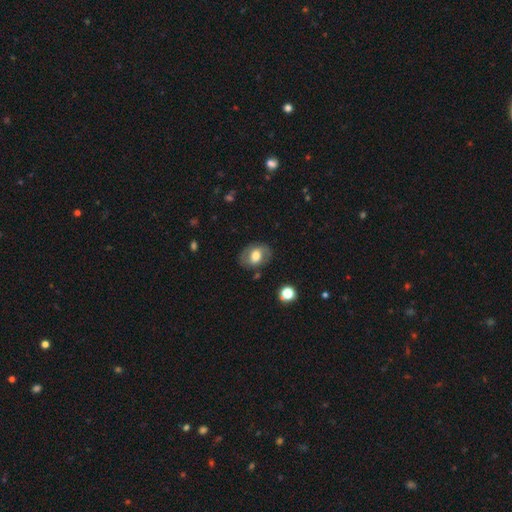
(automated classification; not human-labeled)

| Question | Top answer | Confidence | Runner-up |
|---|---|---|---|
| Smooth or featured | smooth | 61% | featured or disk (30%) |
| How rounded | in between | 68% | round (31%) |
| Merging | none | 76% | minor disturbance (16%) |